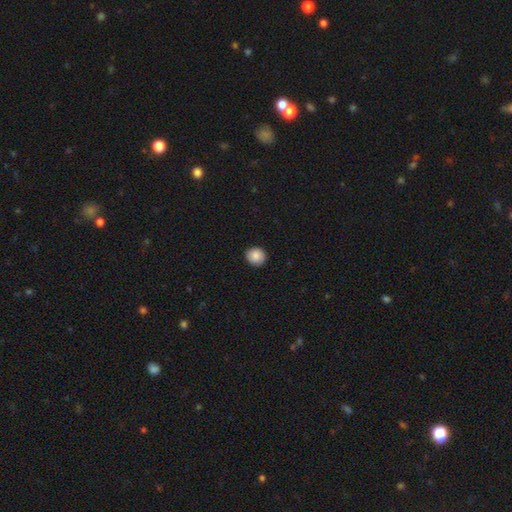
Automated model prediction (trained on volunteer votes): Smooth or featured? Predicted: smooth (p=0.85). How rounded? Predicted: round (p=0.87). Merging? Predicted: none (p=0.90).